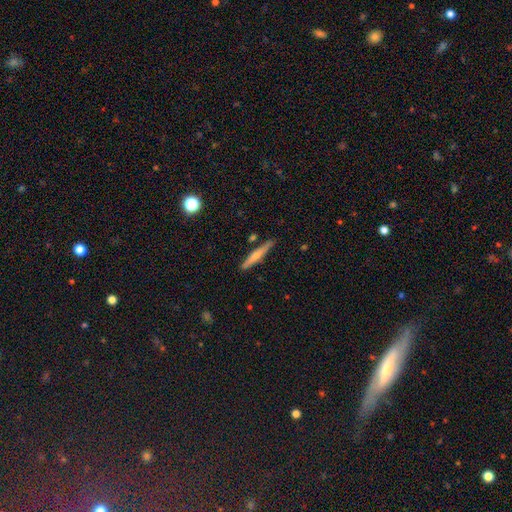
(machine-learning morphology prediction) smooth-or-featured: smooth: 50% | featured or disk: 43% | star or artifact: 6%
  how-rounded: cigar-shaped: 93% | in between: 5% | round: 2%
  merging: none: 85% | minor disturbance: 10% | merger: 3% | major disturbance: 2%